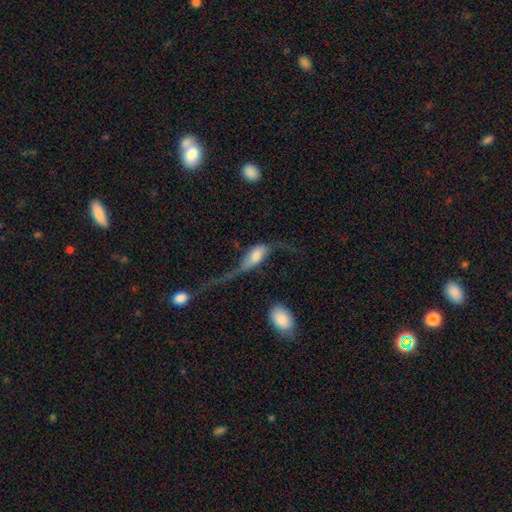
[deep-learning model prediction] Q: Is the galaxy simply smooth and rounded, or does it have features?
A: featured or disk — 63%.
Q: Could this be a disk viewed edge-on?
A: no — 72%.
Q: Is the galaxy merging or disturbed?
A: major disturbance — 48%.